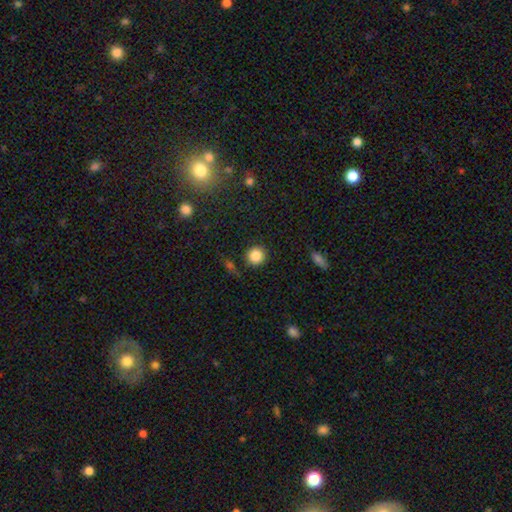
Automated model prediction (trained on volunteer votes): This is clearly a smooth galaxy (85%). How rounded: clearly round (93%). Merging: clearly none (86%).